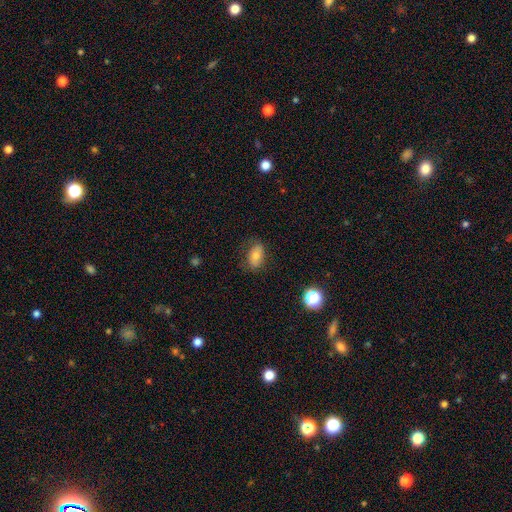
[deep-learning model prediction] Smooth or featured? Predicted: smooth (p=0.67). How rounded? Predicted: in between (p=0.86). Merging? Predicted: none (p=0.74).